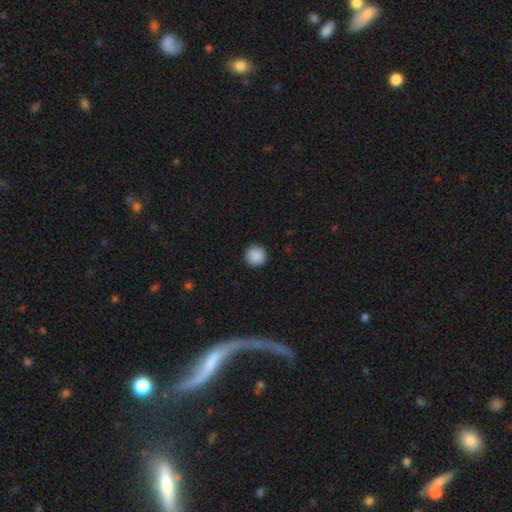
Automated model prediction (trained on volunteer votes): smooth_or_featured: smooth (p=0.89) [alt: star or artifact p=0.08]
how_rounded: round (p=0.96) [alt: in between p=0.03]
merging: none (p=0.92) [alt: minor disturbance p=0.05]